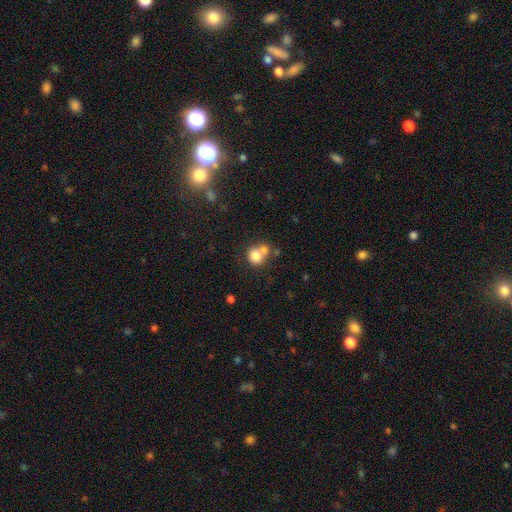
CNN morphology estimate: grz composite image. It shows a smooth galaxy with no disk features (78%) that is round (74%). Merging: merger (48%).